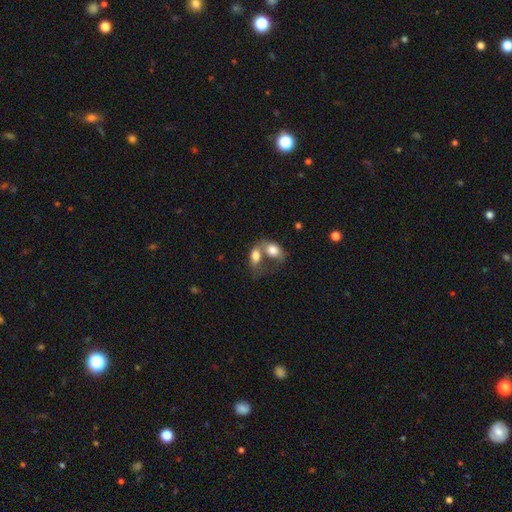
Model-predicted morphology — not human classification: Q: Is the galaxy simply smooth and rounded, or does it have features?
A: smooth — 77%.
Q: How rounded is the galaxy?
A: in between — 83%.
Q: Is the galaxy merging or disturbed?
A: merger — 67%.